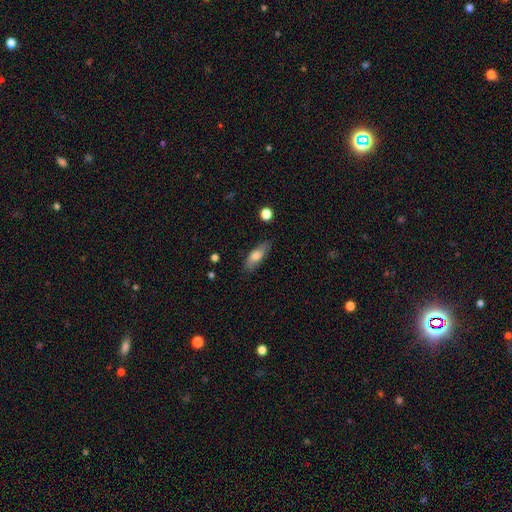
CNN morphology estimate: Smooth or featured? smooth (71%)
How rounded? in between (65%)
Merging? none (78%)